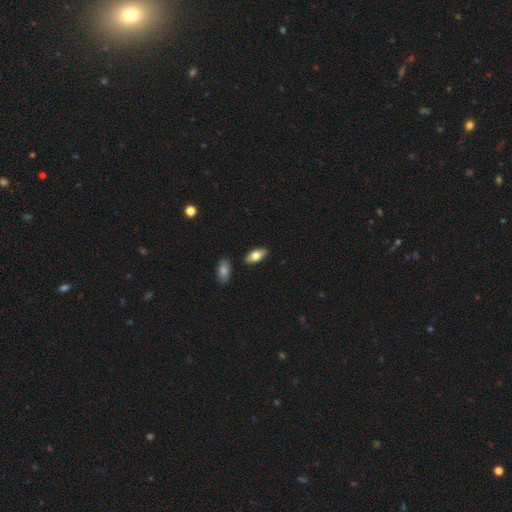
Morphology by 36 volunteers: A smooth galaxy with no disk features (61%) that is in between round and cigar-shaped (91%).

Vote fractions:
- Smooth or featured? smooth: 61% / featured or disk: 36% / star or artifact: 3%
- How rounded? in between: 91% / cigar-shaped: 9% / round: 0%
- Merging? none: 89% / minor disturbance: 6% / merger: 6% / major disturbance: 0%